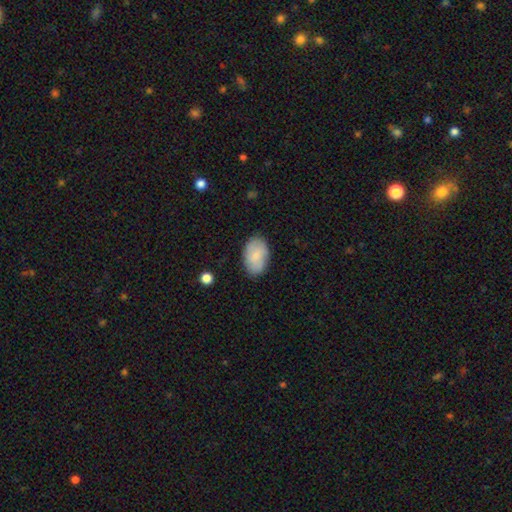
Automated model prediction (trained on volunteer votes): Smooth or featured? smooth (78%)
How rounded? in between (92%)
Merging? none (83%)